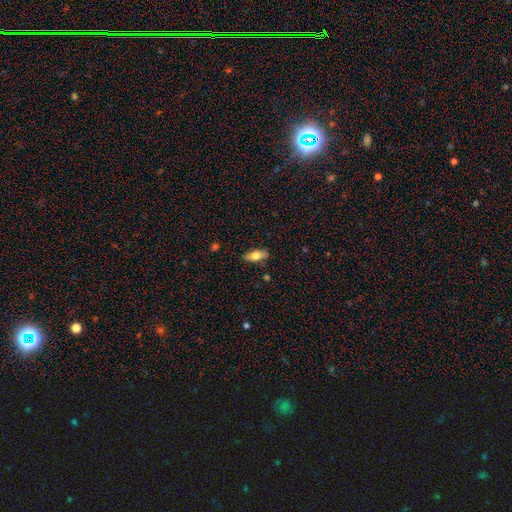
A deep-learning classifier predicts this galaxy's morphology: smooth 70%, featured or disk 23%, star or artifact 7%. Down the decision tree: how rounded — in between (79%); merging — none (85%).